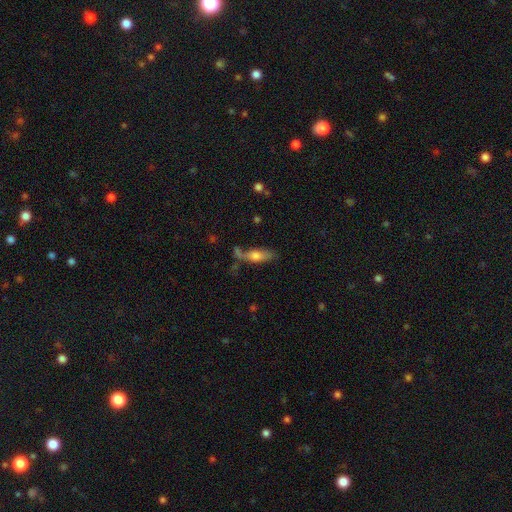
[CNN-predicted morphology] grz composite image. It shows a smooth galaxy with no disk features (59%) that is in between round and cigar-shaped (51%). Merging: none (48%).